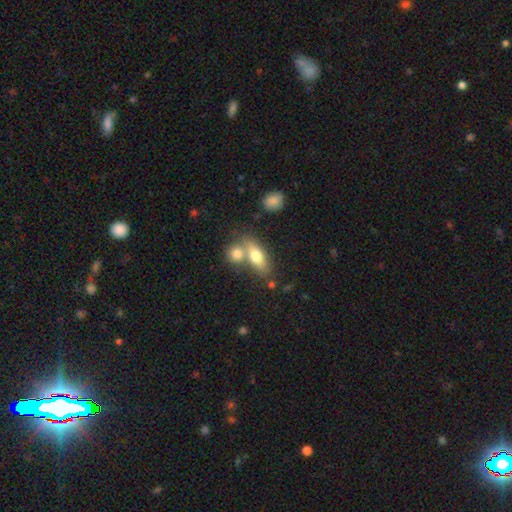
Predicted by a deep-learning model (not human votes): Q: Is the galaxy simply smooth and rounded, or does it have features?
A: smooth — 68%.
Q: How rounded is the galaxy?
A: in between — 69%.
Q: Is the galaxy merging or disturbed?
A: merger — 43%.